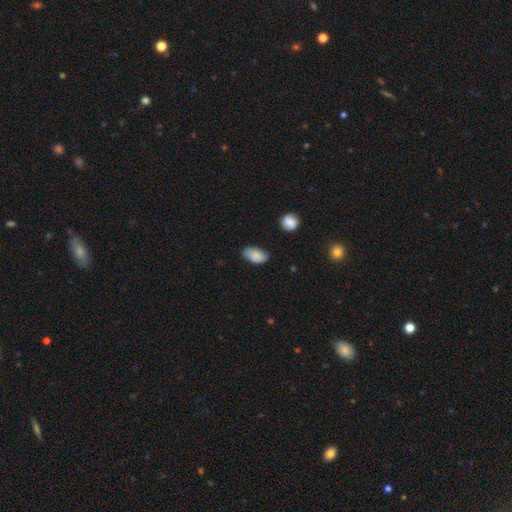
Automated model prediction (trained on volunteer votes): This is clearly a smooth galaxy (82%). How rounded: clearly in between (93%). Merging: likely none (63%).